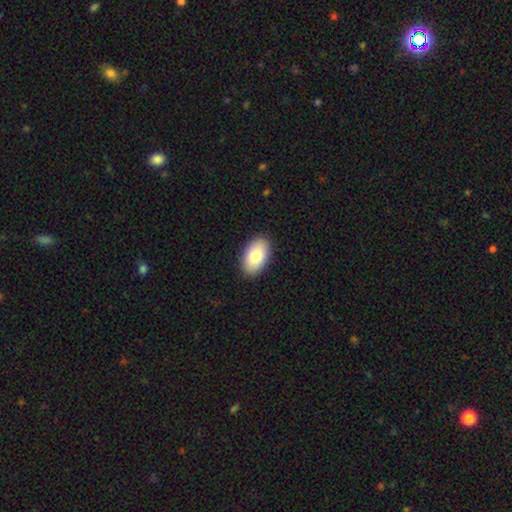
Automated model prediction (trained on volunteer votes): Smooth or featured: smooth — 81% (featured or disk — 13%)
How rounded: in between — 94% (round — 5%)
Merging: none — 90% (minor disturbance — 8%)